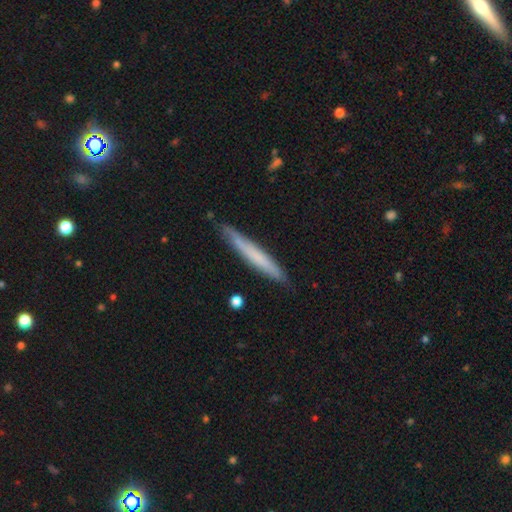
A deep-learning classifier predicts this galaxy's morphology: smooth 59%, featured or disk 35%, star or artifact 6%. Down the decision tree: how rounded — cigar-shaped (96%); merging — none (84%).